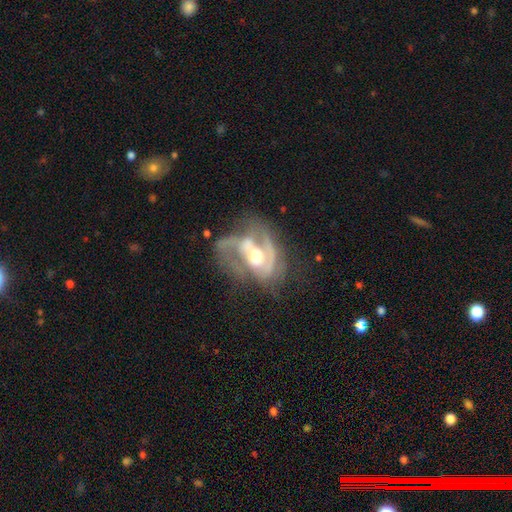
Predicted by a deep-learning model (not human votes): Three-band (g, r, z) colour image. It shows a featured or disk galaxy (79%) with no bar (50%), 2 (43%) medium (43%) spiral arms (72%) and a moderate central bulge (64%). Merging: major disturbance (40%).